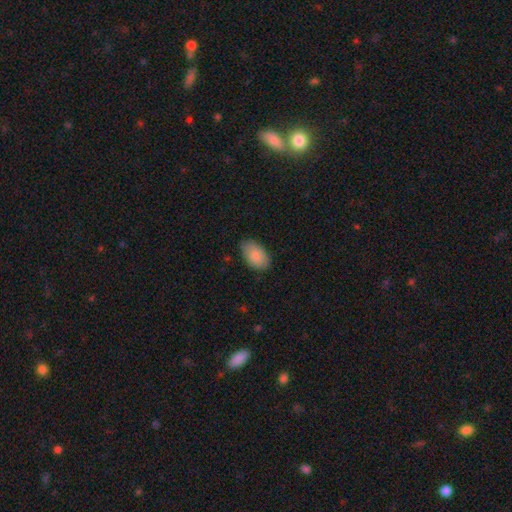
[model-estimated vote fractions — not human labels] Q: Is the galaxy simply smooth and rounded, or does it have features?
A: smooth — 87%.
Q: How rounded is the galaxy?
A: in between — 94%.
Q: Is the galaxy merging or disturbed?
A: none — 82%.